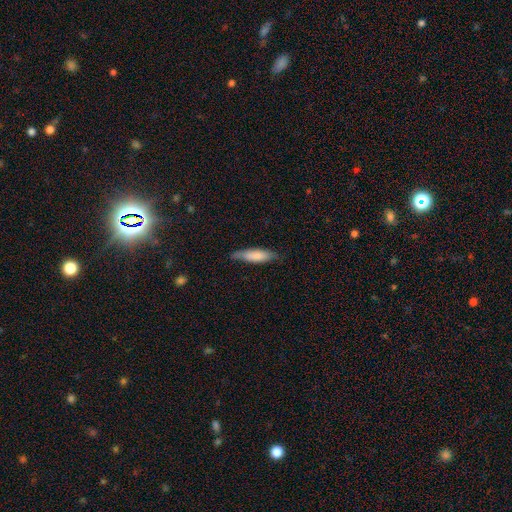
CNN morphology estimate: This appears to be a smooth galaxy with no disk features (76%) that is cigar-shaped (62%). Merging: none (72%).